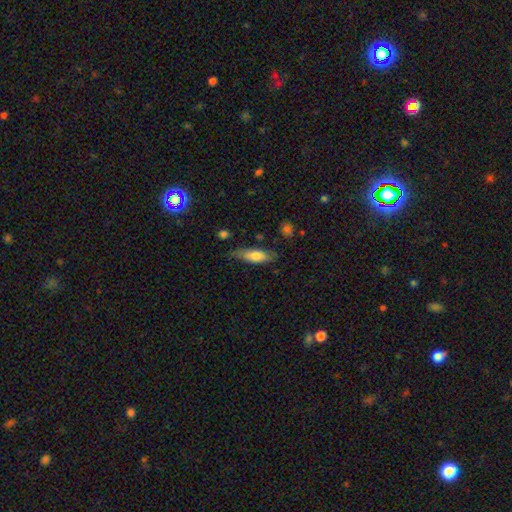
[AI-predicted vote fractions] Morphology: type=smooth (73%); roundness=in between (65%); merging=none (65%).